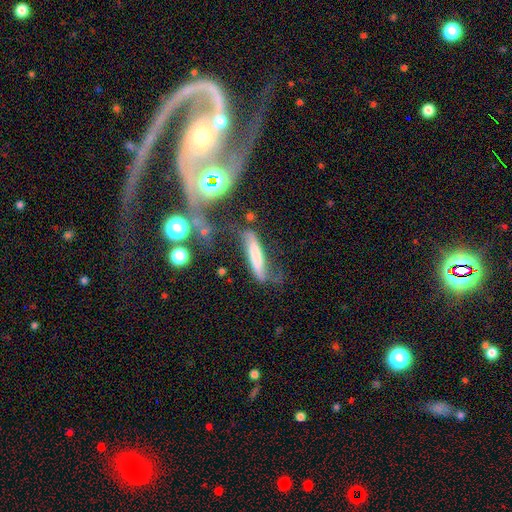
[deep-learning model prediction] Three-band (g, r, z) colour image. It shows a smooth galaxy with no disk features (54%) that is cigar-shaped (85%). Merging: none (41%).